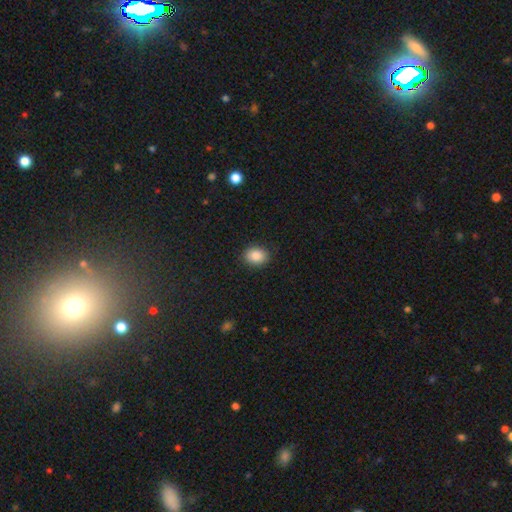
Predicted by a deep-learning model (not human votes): Morphology: type=smooth (88%); roundness=in between (61%); merging=none (88%).